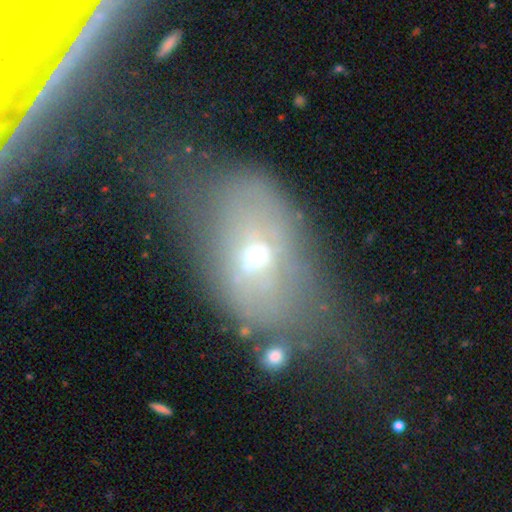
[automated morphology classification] This is possibly a smooth galaxy (46%). Merging: marginally none (37%).